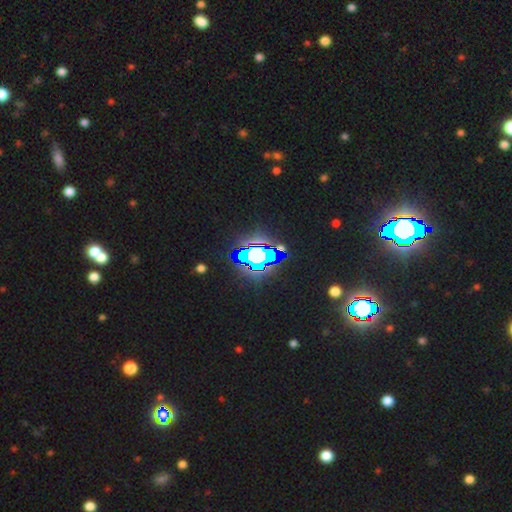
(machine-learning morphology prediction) Smooth or featured: star or artifact — 69% (featured or disk — 16%)